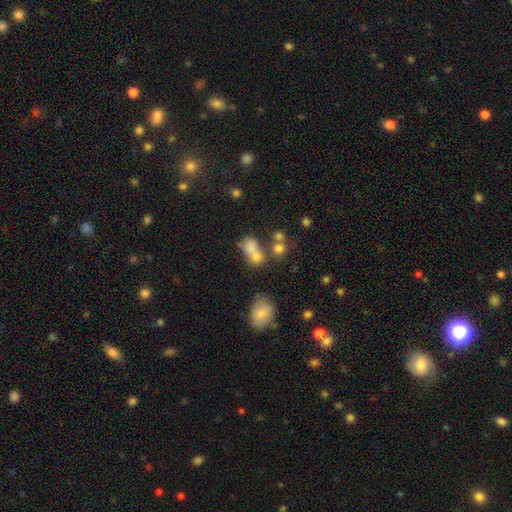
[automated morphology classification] Smooth or featured: smooth — 70% (featured or disk — 15%)
How rounded: in between — 60% (round — 37%)
Merging: merger — 50% (none — 30%)